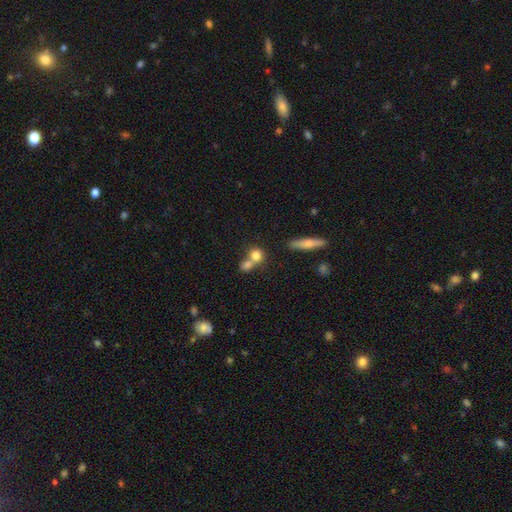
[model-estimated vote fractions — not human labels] smooth-or-featured: smooth: 76% | featured or disk: 14% | star or artifact: 10%
  how-rounded: round: 72% | in between: 24% | cigar-shaped: 4%
  merging: merger: 53% | none: 37% | minor disturbance: 7% | major disturbance: 3%